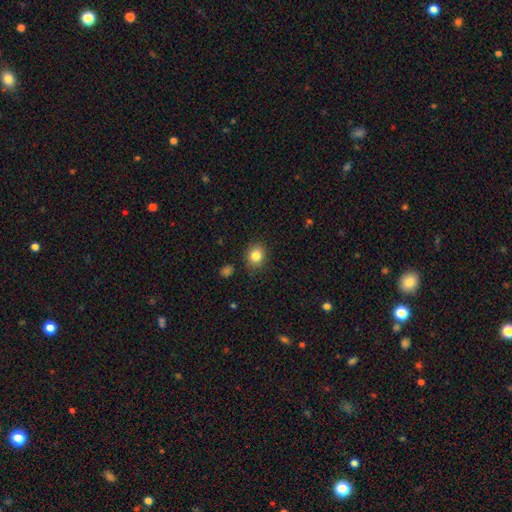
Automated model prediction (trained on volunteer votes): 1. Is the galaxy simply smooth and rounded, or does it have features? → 84% smooth, 11% star or artifact, 6% featured or disk.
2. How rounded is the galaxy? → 71% round, 28% in between, 1% cigar-shaped.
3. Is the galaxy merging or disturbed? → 86% none, 10% minor disturbance, 3% major disturbance, 2% merger.